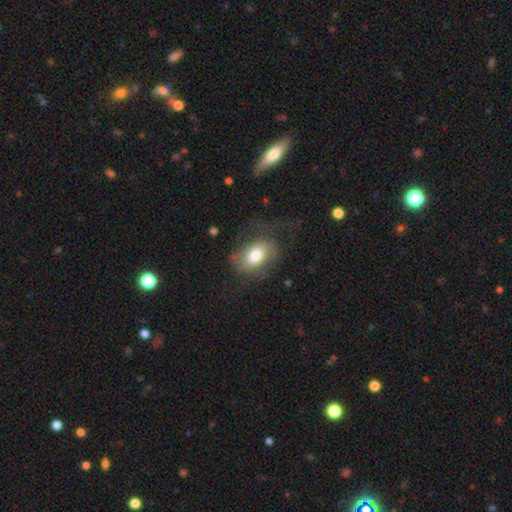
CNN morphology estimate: This is likely a smooth galaxy (64%). How rounded: likely in between (79%). Merging: possibly none (49%).